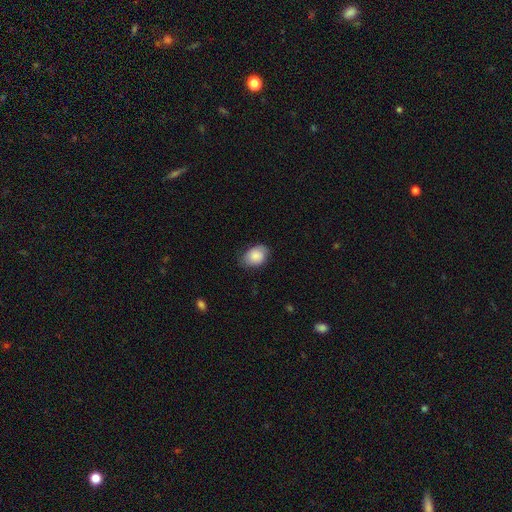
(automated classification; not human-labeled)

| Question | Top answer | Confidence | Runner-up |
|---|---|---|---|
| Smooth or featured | smooth | 84% | featured or disk (9%) |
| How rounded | in between | 74% | round (25%) |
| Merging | none | 73% | minor disturbance (21%) |